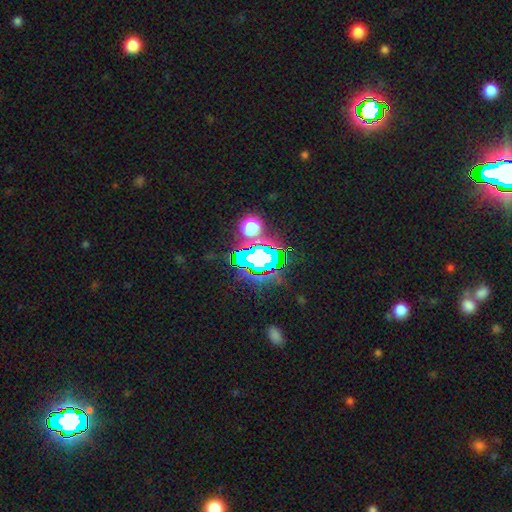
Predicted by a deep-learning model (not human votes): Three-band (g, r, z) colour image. It shows a star or artifact, not a galaxy (81%).